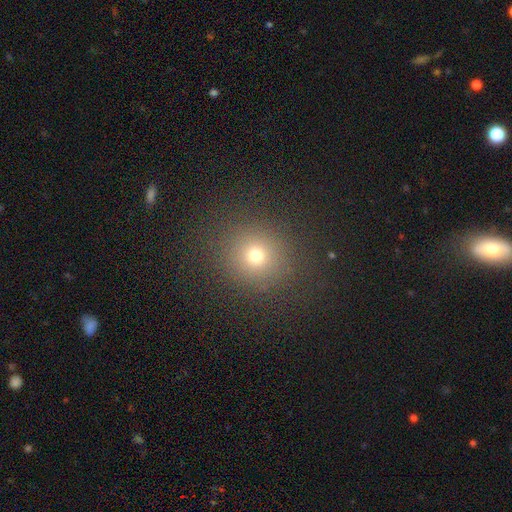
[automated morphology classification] This is likely a smooth galaxy (71%). How rounded: clearly round (89%). Merging: clearly none (87%).